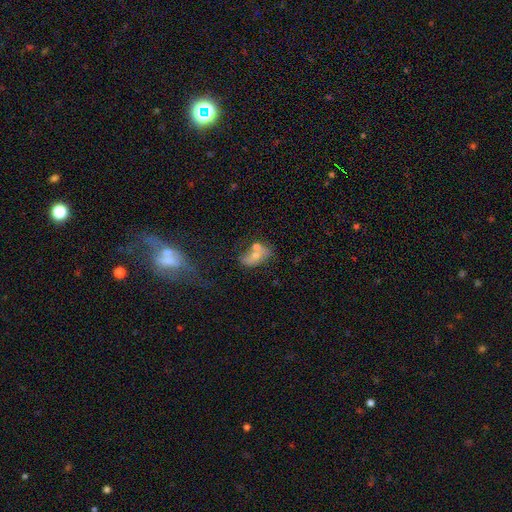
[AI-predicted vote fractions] Morphology: type=smooth (52%); roundness=in between (84%); merging=none (40%).